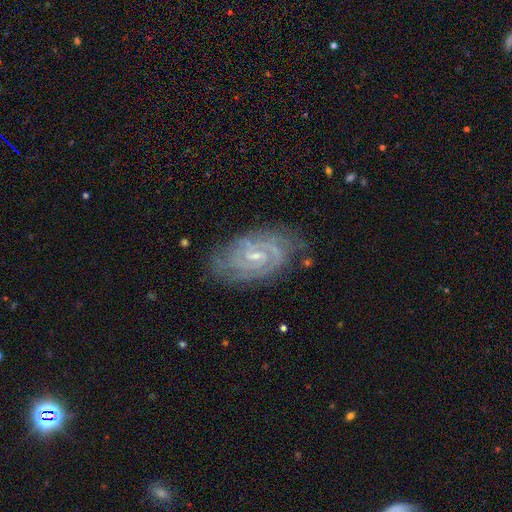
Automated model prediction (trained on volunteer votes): Overall: featured or disk (89%). Edge-on disk: no (96%). Bar: weak (54%; no 26%). Spiral arms: yes (98%). Spiral arm count: 2 (55%). Spiral winding: tight (69%). Bulge size: small (74%). Merging: none (77%).